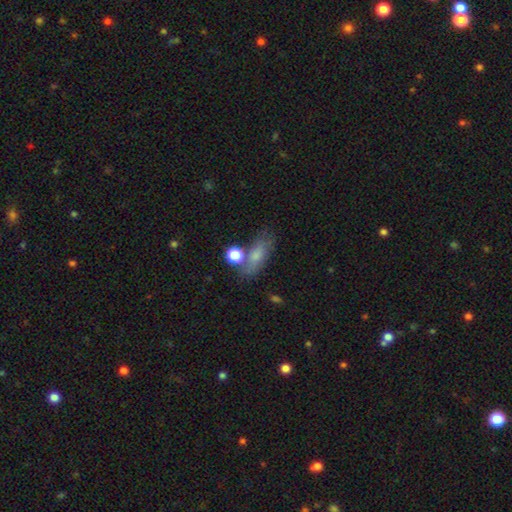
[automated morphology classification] A smooth galaxy with no disk features (71%) that is in between round and cigar-shaped (69%).

Vote fractions:
- Smooth or featured? smooth: 71% / featured or disk: 18% / star or artifact: 11%
- How rounded? in between: 69% / cigar-shaped: 19% / round: 12%
- Merging? none: 55% / minor disturbance: 20% / merger: 16% / major disturbance: 9%